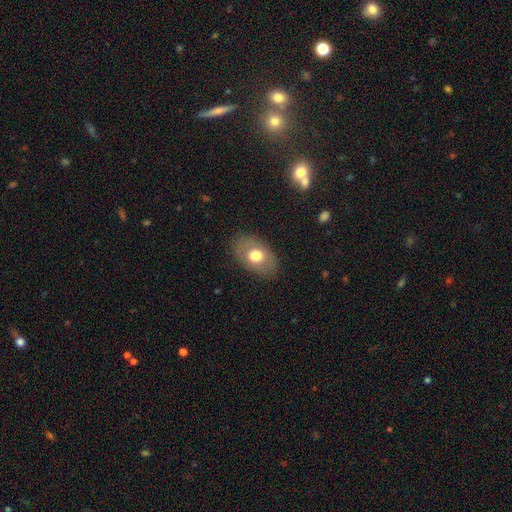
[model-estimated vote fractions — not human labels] The model was most divided on "smooth or featured": smooth: 67%, featured or disk: 25%, star or artifact: 7%. More confident: how rounded — in between (86%); merging — none (83%).